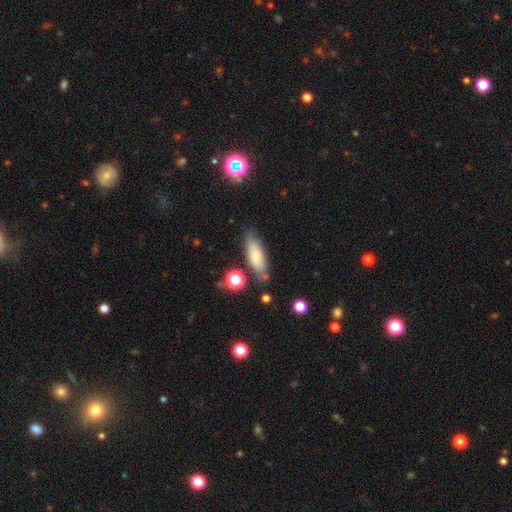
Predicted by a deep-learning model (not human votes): Q: Smooth or featured?
A: smooth (74%); runner-up: featured or disk (17%)
Q: How rounded?
A: in between (57%); runner-up: cigar-shaped (40%)
Q: Merging?
A: none (75%); runner-up: minor disturbance (16%)